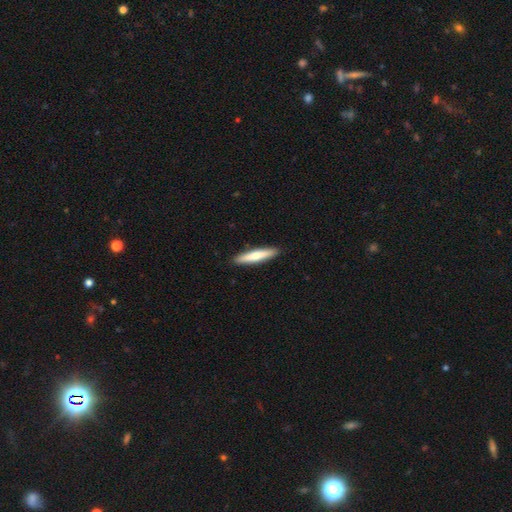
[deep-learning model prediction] Smooth or featured?
  - smooth: 66% *
  - featured or disk: 29%
  - star or artifact: 5%
How rounded?
  - cigar-shaped: 88% *
  - in between: 11%
  - round: 1%
Merging?
  - none: 91% *
  - minor disturbance: 6%
  - major disturbance: 1%
  - merger: 1%